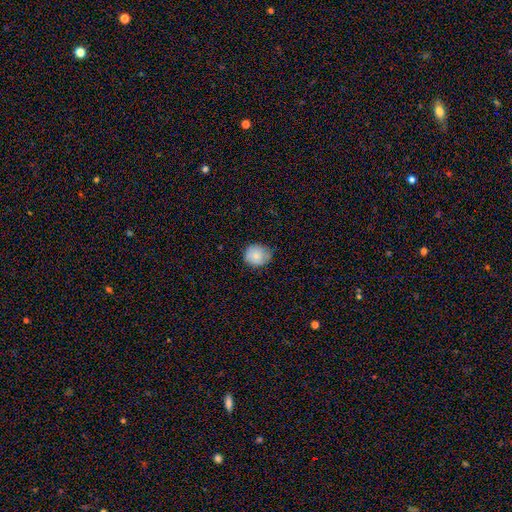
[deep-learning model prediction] smooth 79%, featured or disk 13%, star or artifact 8%. Down the decision tree: how rounded — round (74%); merging — none (66%).